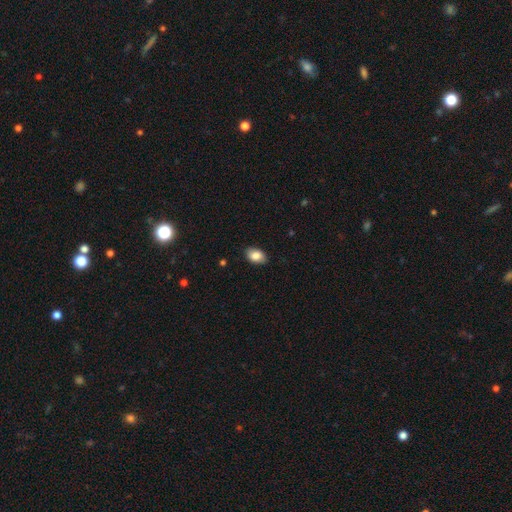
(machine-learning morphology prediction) A smooth galaxy with no disk features (85%) that is in between round and cigar-shaped (86%). Merging: none (85%).